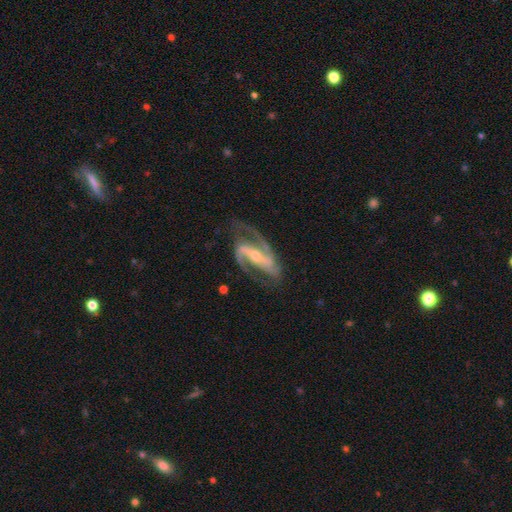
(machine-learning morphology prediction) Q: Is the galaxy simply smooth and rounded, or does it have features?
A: featured or disk — 92%.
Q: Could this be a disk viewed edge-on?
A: no — 96%.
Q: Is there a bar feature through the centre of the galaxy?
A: strong — 60%.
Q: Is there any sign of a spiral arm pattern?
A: yes — 98%.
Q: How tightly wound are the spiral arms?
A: medium — 55%.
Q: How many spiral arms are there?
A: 2 — 88%.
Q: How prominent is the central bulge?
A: small — 58%.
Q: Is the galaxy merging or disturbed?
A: none — 70%.